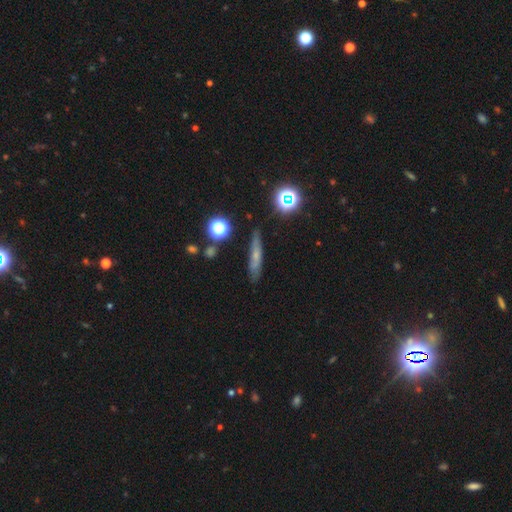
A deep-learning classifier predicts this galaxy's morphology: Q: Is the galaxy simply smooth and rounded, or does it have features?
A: smooth — 50%.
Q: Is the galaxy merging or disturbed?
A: none — 78%.